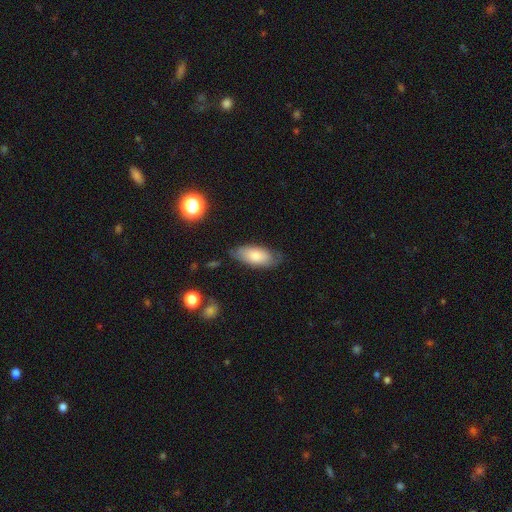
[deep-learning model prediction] A smooth galaxy with no disk features (75%) that is in between round and cigar-shaped (86%).

Vote fractions:
- Smooth or featured? smooth: 75% / featured or disk: 18% / star or artifact: 7%
- How rounded? in between: 86% / cigar-shaped: 12% / round: 2%
- Merging? none: 71% / minor disturbance: 22% / major disturbance: 5% / merger: 2%